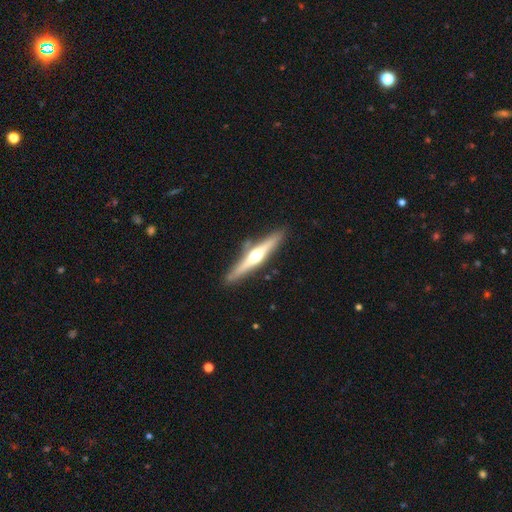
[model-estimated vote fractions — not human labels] Smooth or featured?
  - featured or disk: 72% *
  - smooth: 23%
  - star or artifact: 5%
Edge-on disk?
  - yes: 97% *
  - no: 3%
Edge-on bulge?
  - rounded: 93% *
  - none: 3%
  - boxy: 3%
Merging?
  - none: 86% *
  - minor disturbance: 10%
  - merger: 3%
  - major disturbance: 2%